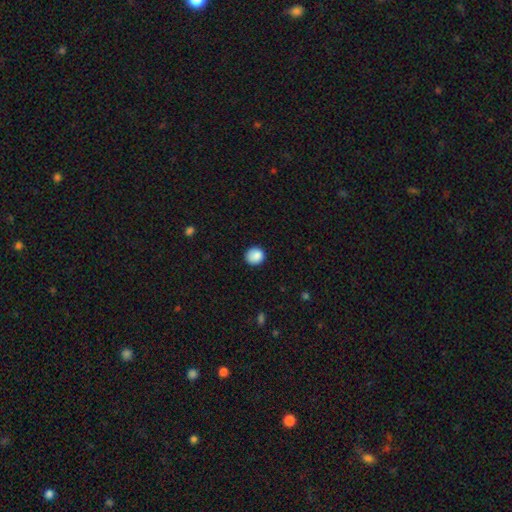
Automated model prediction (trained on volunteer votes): smooth_or_featured: smooth (p=0.88) [alt: star or artifact p=0.09]
how_rounded: round (p=0.87) [alt: in between p=0.12]
merging: none (p=0.86) [alt: minor disturbance p=0.11]